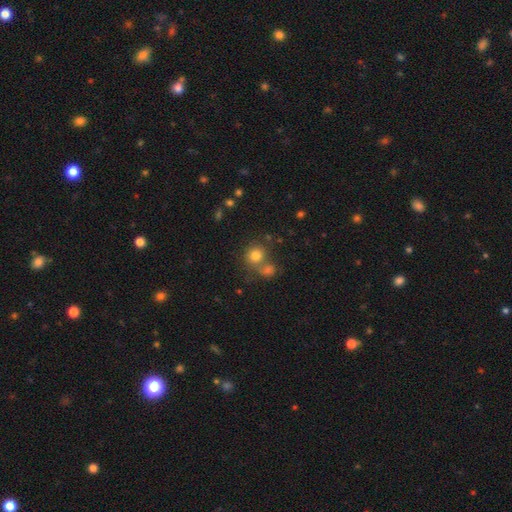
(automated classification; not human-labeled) Smooth or featured: smooth — 78% (star or artifact — 12%)
How rounded: round — 84% (in between — 15%)
Merging: none — 48% (merger — 37%)